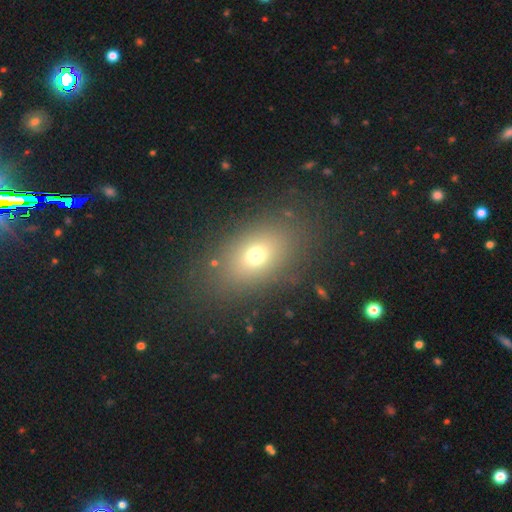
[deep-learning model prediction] smooth 68%, star or artifact 16%, featured or disk 15%. Down the decision tree: how rounded — in between (74%); merging — none (81%).